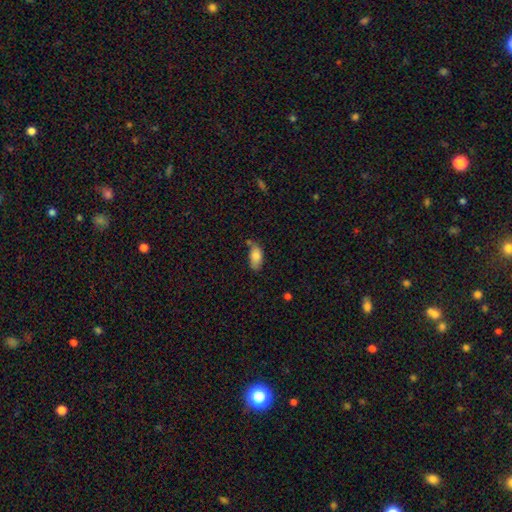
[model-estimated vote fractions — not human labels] Smooth or featured: smooth — 82% (featured or disk — 11%)
How rounded: in between — 92% (cigar-shaped — 4%)
Merging: none — 50% (minor disturbance — 30%)